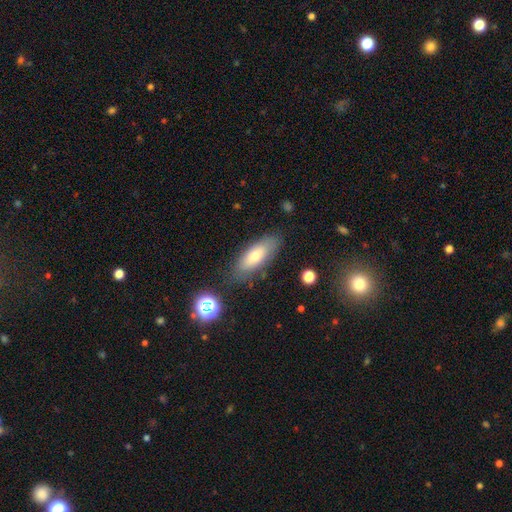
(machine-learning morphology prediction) Overall: smooth (69%). How rounded: in between (68%; cigar-shaped 29%). Merging: none (80%).